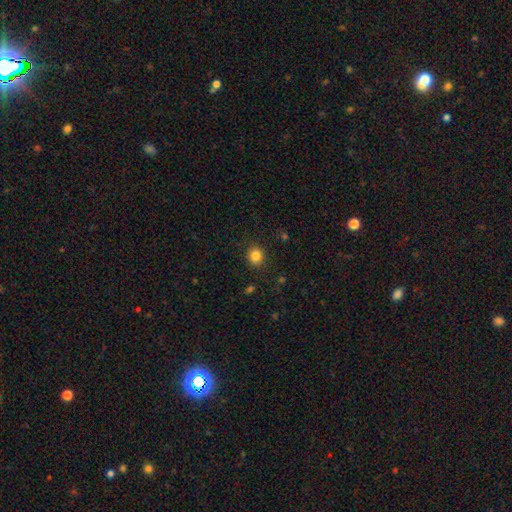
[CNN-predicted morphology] The model was most divided on "how rounded": round: 86%, in between: 13%, cigar-shaped: 1%. More confident: merging — none (90%); smooth or featured — smooth (84%).